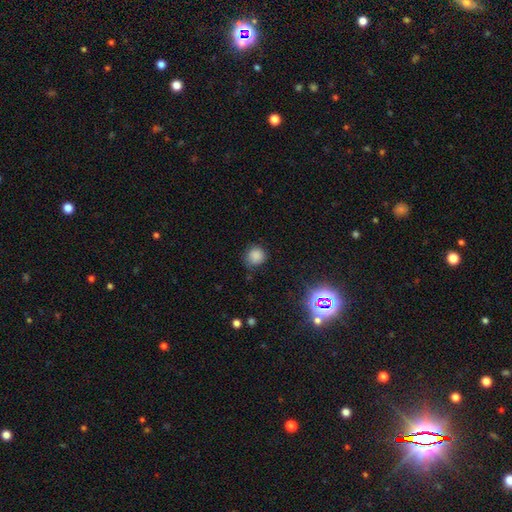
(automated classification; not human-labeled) Smooth or featured?
  - smooth: 79% *
  - star or artifact: 15%
  - featured or disk: 6%
How rounded?
  - round: 86% *
  - in between: 13%
  - cigar-shaped: 1%
Merging?
  - none: 71% *
  - minor disturbance: 22%
  - major disturbance: 6%
  - merger: 2%